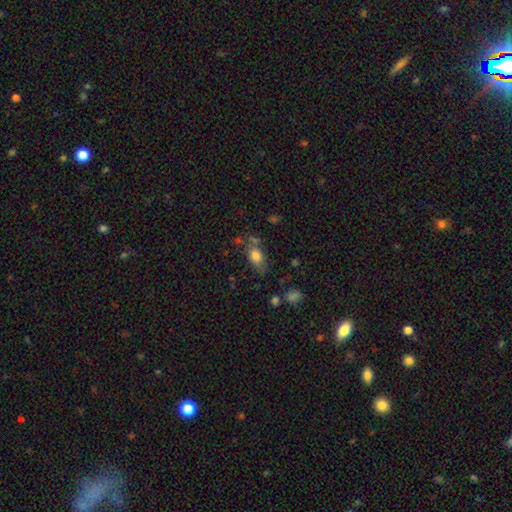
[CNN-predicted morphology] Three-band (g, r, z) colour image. It shows a smooth galaxy with no disk features (79%) that is in between round and cigar-shaped (81%). Merging: none (58%).